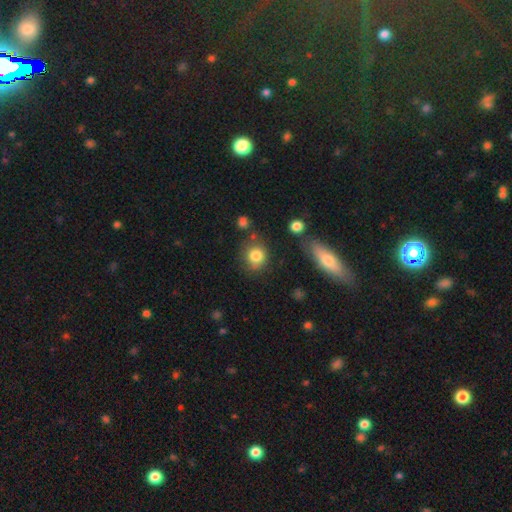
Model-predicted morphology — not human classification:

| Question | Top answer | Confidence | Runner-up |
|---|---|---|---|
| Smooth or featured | smooth | 82% | star or artifact (10%) |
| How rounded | round | 76% | in between (22%) |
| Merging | none | 69% | minor disturbance (18%) |